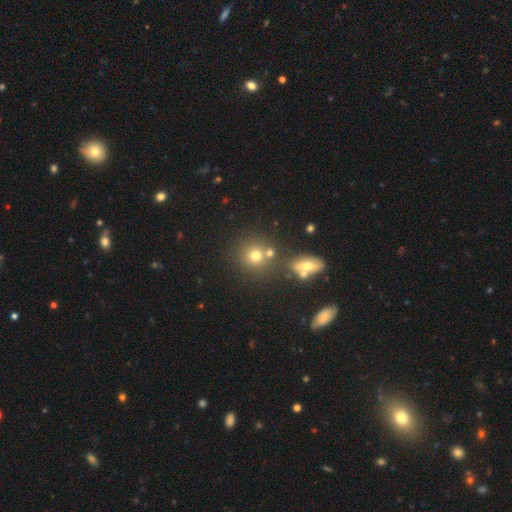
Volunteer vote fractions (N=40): Volunteers were most divided on "merging": none: 73%, merger: 22%, minor disturbance: 5%, major disturbance: 0%. More confident: smooth or featured — smooth (88%); how rounded — round (83%).